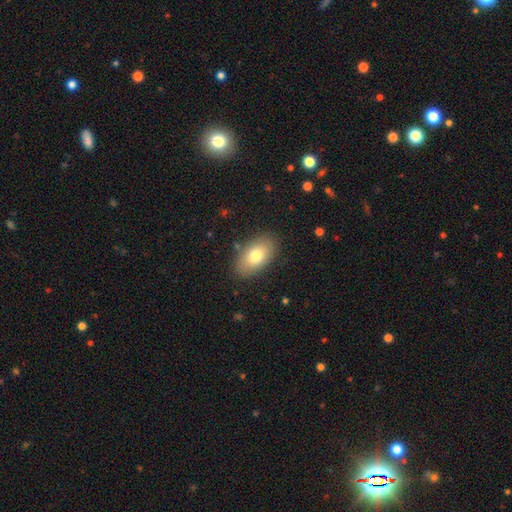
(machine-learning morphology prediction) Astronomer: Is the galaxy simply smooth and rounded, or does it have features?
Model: smooth — 76%.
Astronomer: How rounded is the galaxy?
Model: in between — 92%.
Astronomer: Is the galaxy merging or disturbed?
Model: none — 84%.